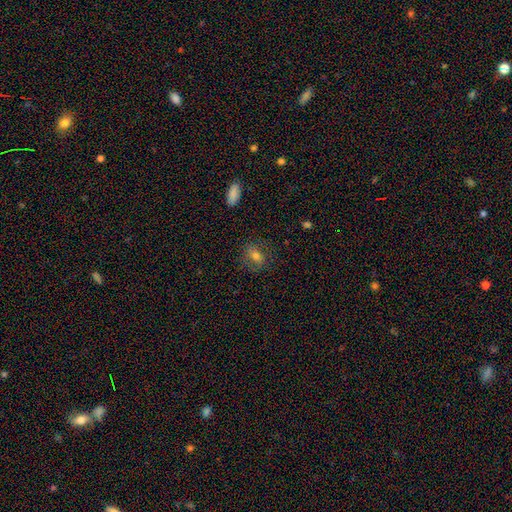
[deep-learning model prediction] The model was most divided on "how rounded": in between: 55%, round: 42%, cigar-shaped: 3%. More confident: merging — none (78%); smooth or featured — smooth (61%).